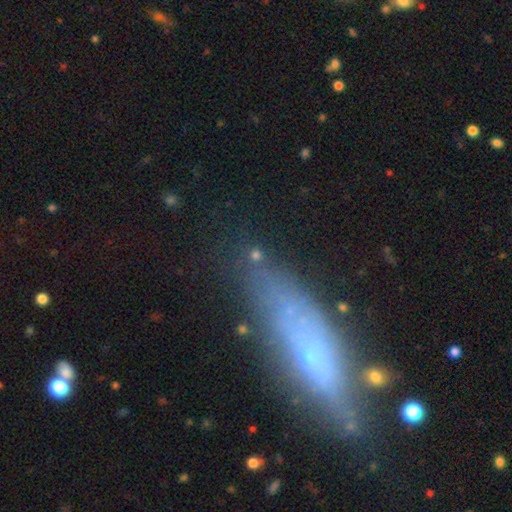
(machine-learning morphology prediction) smooth-or-featured: smooth: 43% | star or artifact: 32% | featured or disk: 25%
  merging: none: 63% | minor disturbance: 15% | major disturbance: 12% | merger: 10%